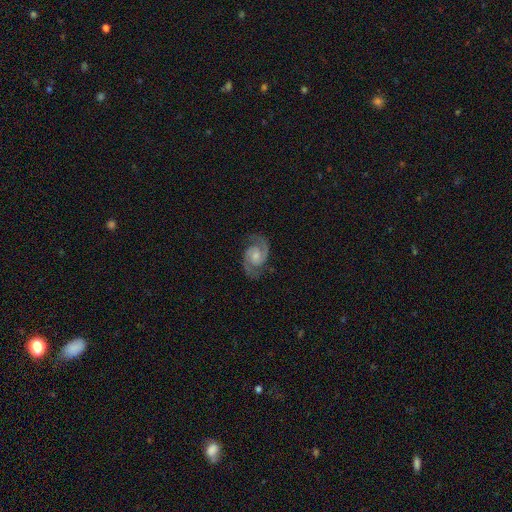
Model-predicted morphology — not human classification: smooth-or-featured: featured or disk: 91% | smooth: 5% | star or artifact: 5%
  disk-edge-on: no: 98% | yes: 2%
    bar: no: 52% | weak: 40% | strong: 8%
    has-spiral-arms: yes: 98% | no: 2%
      spiral-winding: medium: 56% | tight: 33% | loose: 11%
      spiral-arm-count: 2: 94% | can't tell: 2% | 3: 1% | 1: 1% | 4: 1% | more than 4: 1%
    bulge-size: moderate: 44% | small: 39% | none: 11% | large: 5% | dominant: 1%
  merging: none: 83% | minor disturbance: 12% | major disturbance: 4% | merger: 1%